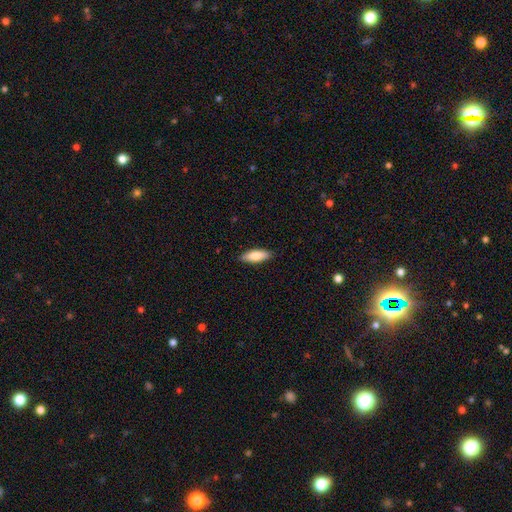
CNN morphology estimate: This is likely a smooth galaxy (79%). How rounded: likely in between (62%). Merging: clearly none (88%).